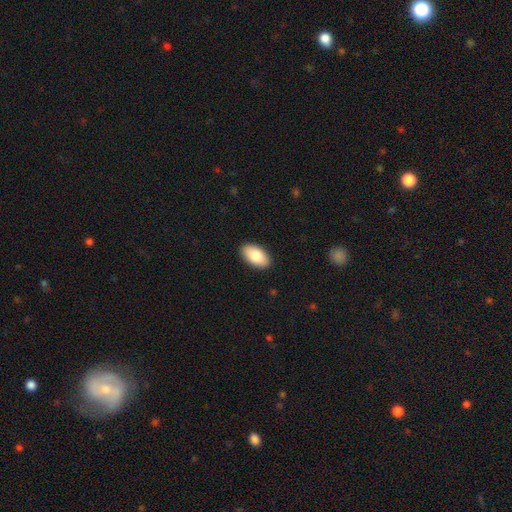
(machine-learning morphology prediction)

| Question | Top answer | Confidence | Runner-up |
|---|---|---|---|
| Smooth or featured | smooth | 82% | featured or disk (12%) |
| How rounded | in between | 95% | round (3%) |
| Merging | none | 90% | minor disturbance (7%) |